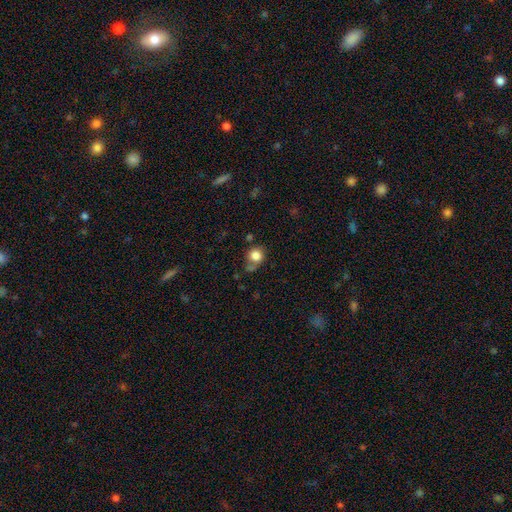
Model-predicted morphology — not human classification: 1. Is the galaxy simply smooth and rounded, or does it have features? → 83% smooth, 10% star or artifact, 6% featured or disk.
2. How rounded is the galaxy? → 85% round, 14% in between, 1% cigar-shaped.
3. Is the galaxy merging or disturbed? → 62% none, 19% minor disturbance, 12% merger, 7% major disturbance.